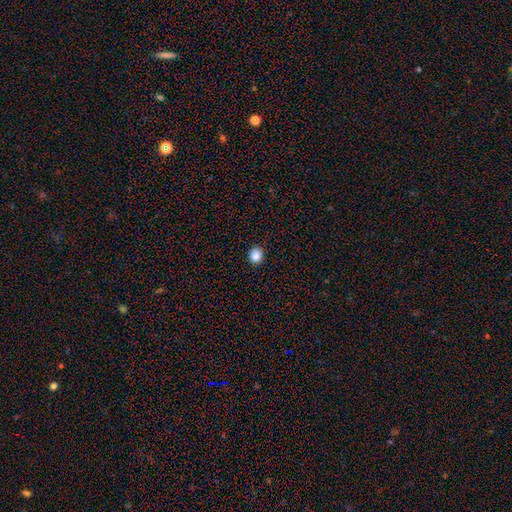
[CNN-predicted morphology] Smooth or featured?
  - smooth: 86% *
  - star or artifact: 11%
  - featured or disk: 3%
How rounded?
  - round: 81% *
  - in between: 19%
  - cigar-shaped: 1%
Merging?
  - none: 92% *
  - minor disturbance: 5%
  - major disturbance: 2%
  - merger: 1%